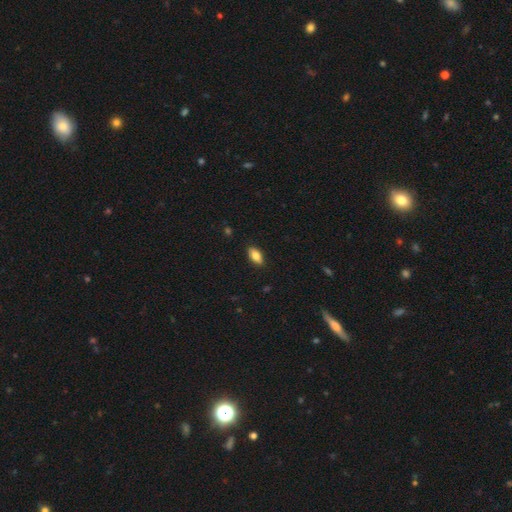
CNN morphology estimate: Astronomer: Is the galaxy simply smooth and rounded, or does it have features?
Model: smooth — 84%.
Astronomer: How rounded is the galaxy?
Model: in between — 91%.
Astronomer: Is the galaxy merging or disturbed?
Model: none — 89%.